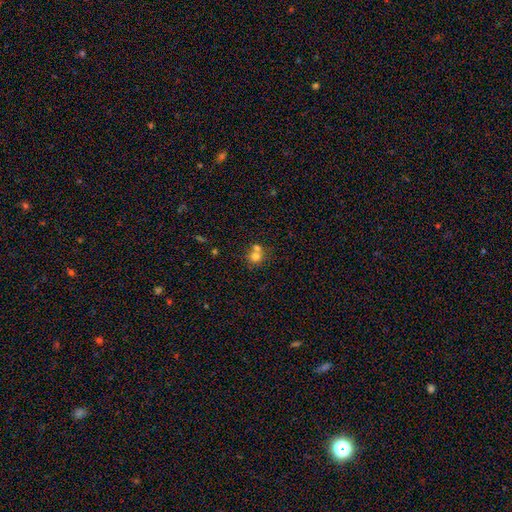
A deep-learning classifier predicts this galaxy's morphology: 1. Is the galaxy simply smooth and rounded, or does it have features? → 72% smooth, 14% featured or disk, 13% star or artifact.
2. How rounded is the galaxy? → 82% round, 17% in between, 1% cigar-shaped.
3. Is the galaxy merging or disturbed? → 50% merger, 40% none, 7% minor disturbance, 3% major disturbance.